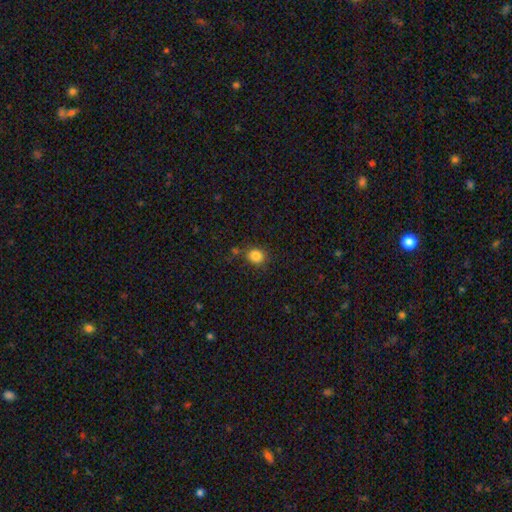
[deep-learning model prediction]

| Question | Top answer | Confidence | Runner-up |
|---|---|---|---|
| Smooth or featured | smooth | 83% | star or artifact (12%) |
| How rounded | round | 76% | in between (23%) |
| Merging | none | 79% | minor disturbance (12%) |